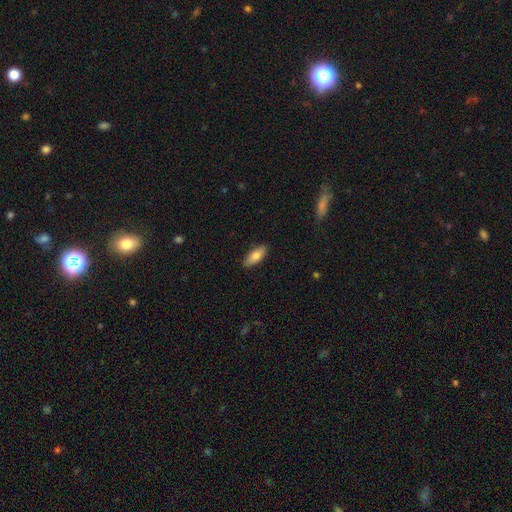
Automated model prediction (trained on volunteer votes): Q: Smooth or featured?
A: smooth (80%); runner-up: featured or disk (13%)
Q: How rounded?
A: in between (76%); runner-up: cigar-shaped (22%)
Q: Merging?
A: none (86%); runner-up: minor disturbance (11%)